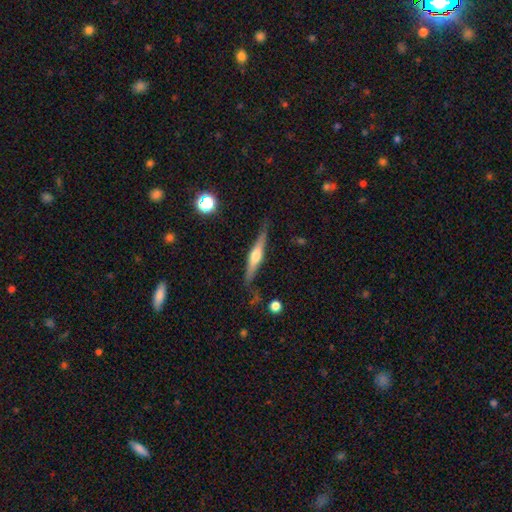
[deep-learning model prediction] This appears to be a featured or disk galaxy (67%) viewed edge-on (96%) with a rounded central bulge (88%). Merging: none (79%).